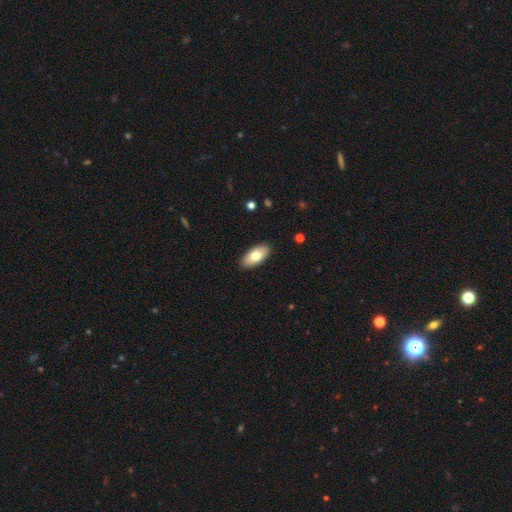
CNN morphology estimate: Overall: smooth (74%). How rounded: in between (91%). Merging: none (90%).